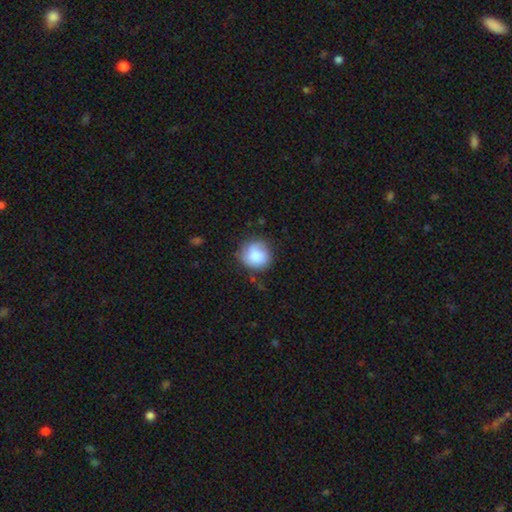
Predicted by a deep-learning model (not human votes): Smooth or featured? smooth (83%)
How rounded? round (86%)
Merging? none (67%)